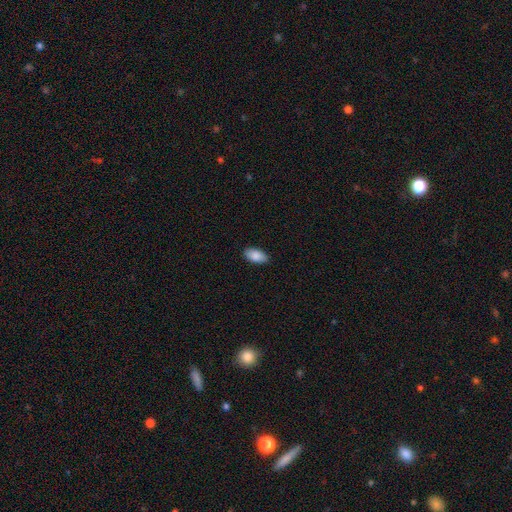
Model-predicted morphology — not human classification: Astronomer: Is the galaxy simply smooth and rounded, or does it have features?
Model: smooth — 88%.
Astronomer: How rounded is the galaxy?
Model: in between — 94%.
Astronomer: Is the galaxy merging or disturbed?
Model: none — 88%.